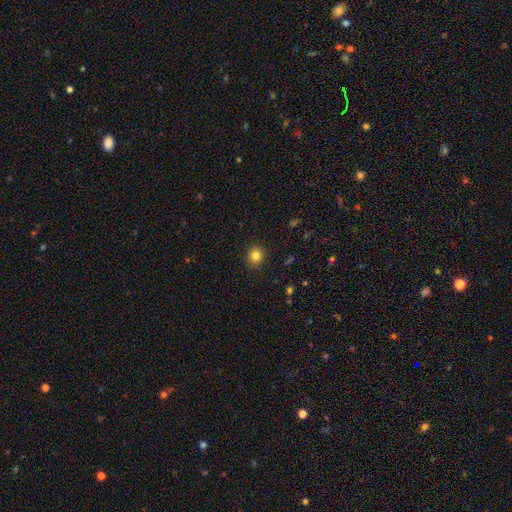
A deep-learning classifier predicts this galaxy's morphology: type=smooth (83%); roundness=round (85%); merging=none (91%).